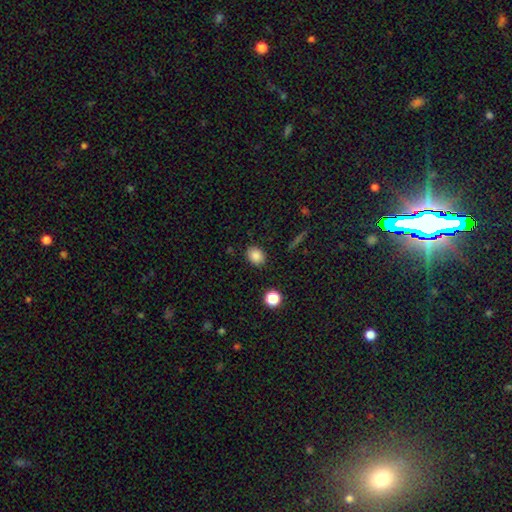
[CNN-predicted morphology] smooth 85%, star or artifact 11%, featured or disk 5%. Down the decision tree: how rounded — in between (53%); merging — none (86%).